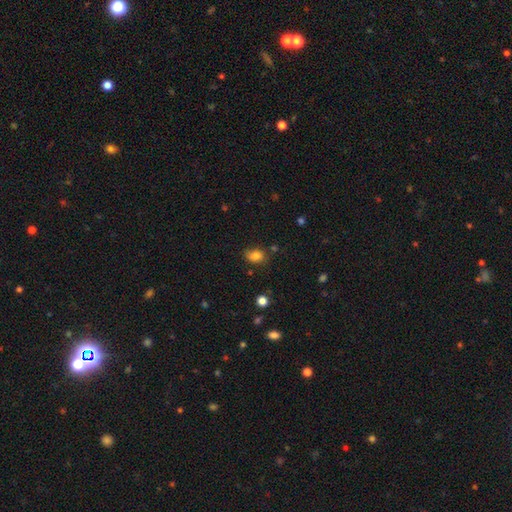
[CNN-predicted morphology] A smooth galaxy with no disk features (79%) that is in between round and cigar-shaped (69%). Merging: none (66%).